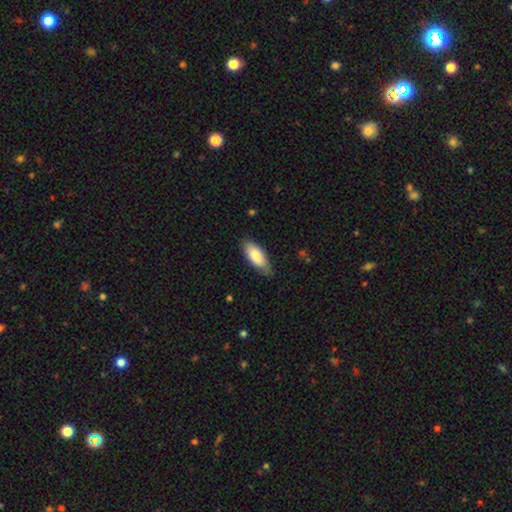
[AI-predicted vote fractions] Smooth or featured: smooth — 83% (featured or disk — 12%)
How rounded: in between — 84% (cigar-shaped — 15%)
Merging: none — 76% (minor disturbance — 19%)